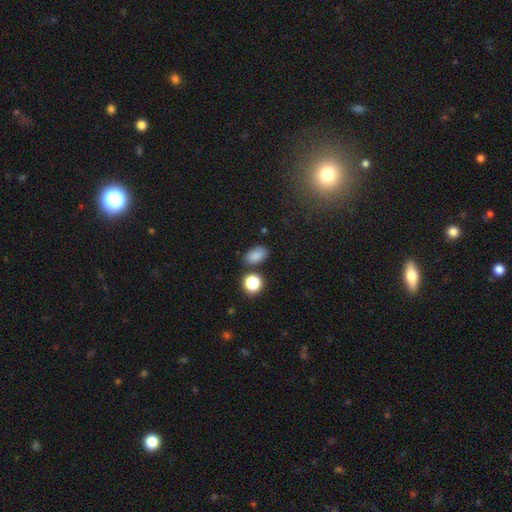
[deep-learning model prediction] smooth_or_featured: smooth (p=0.83) [alt: star or artifact p=0.13]
how_rounded: in between (p=0.87) [alt: round p=0.12]
merging: none (p=0.79) [alt: minor disturbance p=0.12]